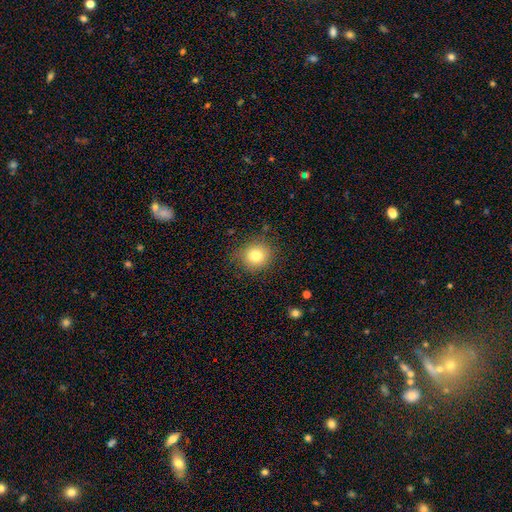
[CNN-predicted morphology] This appears to be a smooth galaxy with no disk features (79%) that is round (85%). Merging: none (83%).